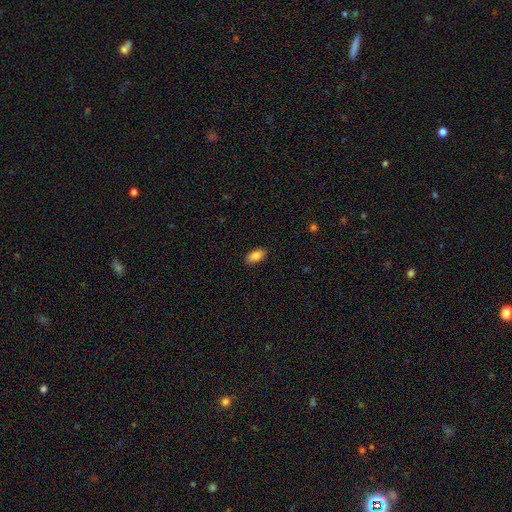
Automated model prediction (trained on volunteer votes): smooth 85%, star or artifact 7%, featured or disk 7%. Down the decision tree: how rounded — in between (92%); merging — none (89%).